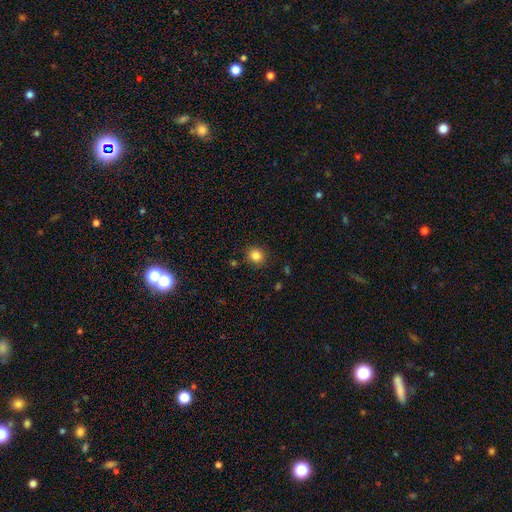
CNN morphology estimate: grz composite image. It shows a smooth galaxy with no disk features (84%) that is round (88%). Merging: none (88%).